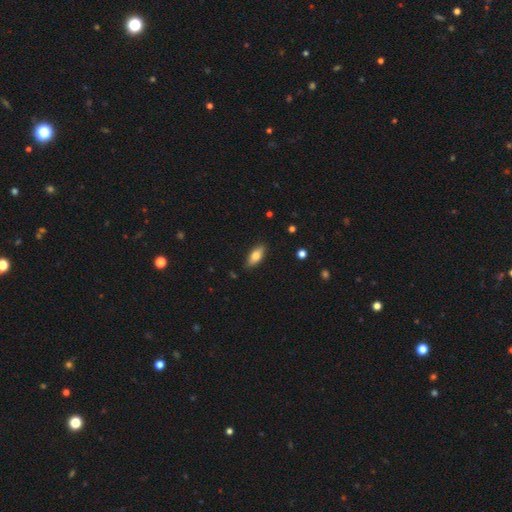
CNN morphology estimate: Smooth or featured: smooth — 78% (featured or disk — 15%)
How rounded: in between — 84% (cigar-shaped — 13%)
Merging: none — 85% (minor disturbance — 11%)